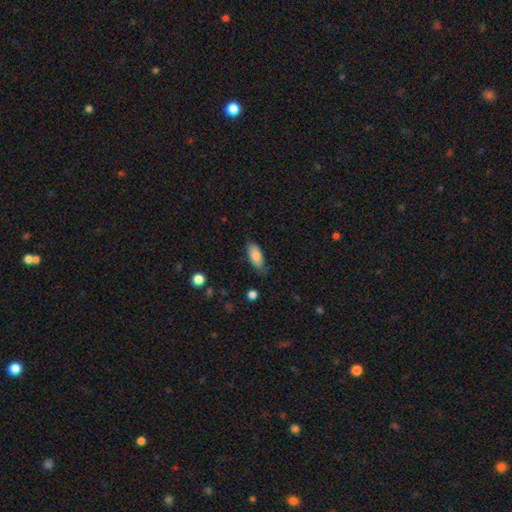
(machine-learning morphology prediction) type=smooth (86%); roundness=in between (86%); merging=none (72%).